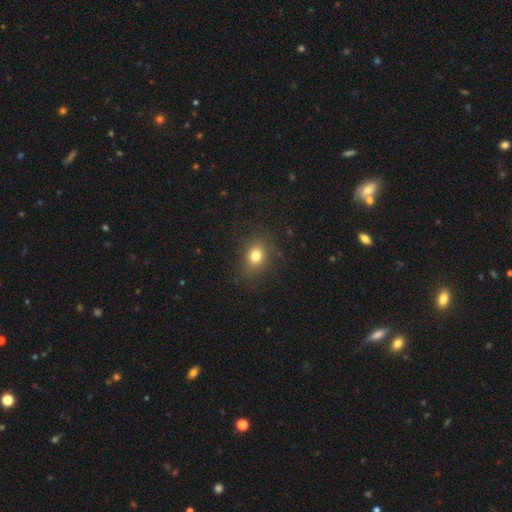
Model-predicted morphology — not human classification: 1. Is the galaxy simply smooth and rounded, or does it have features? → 78% smooth, 13% star or artifact, 9% featured or disk.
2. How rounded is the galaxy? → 51% in between, 48% round, 1% cigar-shaped.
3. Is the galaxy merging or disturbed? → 82% none, 12% minor disturbance, 5% major disturbance, 1% merger.